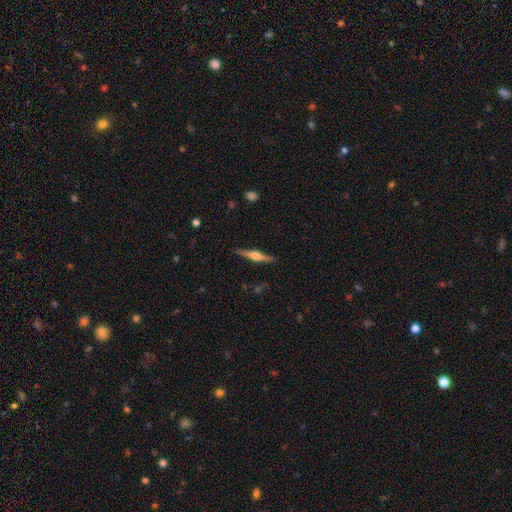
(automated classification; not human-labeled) smooth_or_featured: featured or disk (p=0.75) [alt: smooth p=0.19]
disk_edge_on: yes (p=0.98) [alt: no p=0.02]
edge_on_bulge: rounded (p=0.92) [alt: boxy p=0.05]
merging: none (p=0.91) [alt: minor disturbance p=0.07]